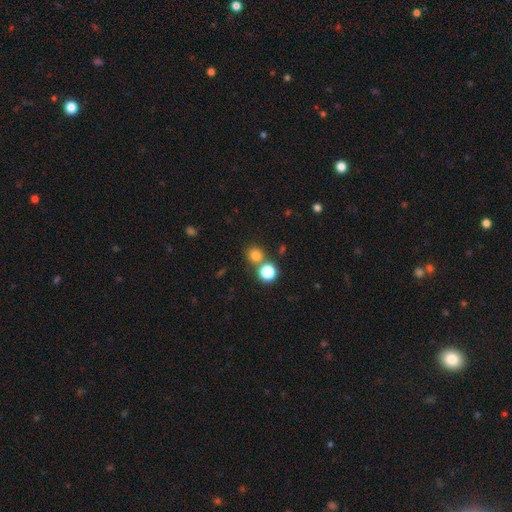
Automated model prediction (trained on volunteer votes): Overall: smooth (78%). How rounded: round (88%). Merging: none (66%).